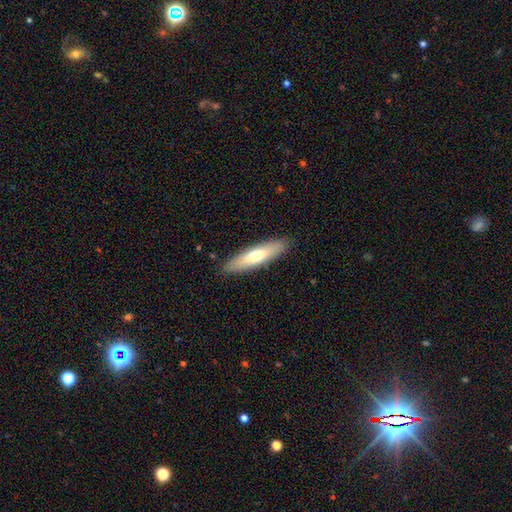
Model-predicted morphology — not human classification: smooth-or-featured: smooth: 62% | featured or disk: 32% | star or artifact: 6%
  how-rounded: cigar-shaped: 74% | in between: 25% | round: 1%
  merging: none: 89% | minor disturbance: 8% | major disturbance: 2% | merger: 1%